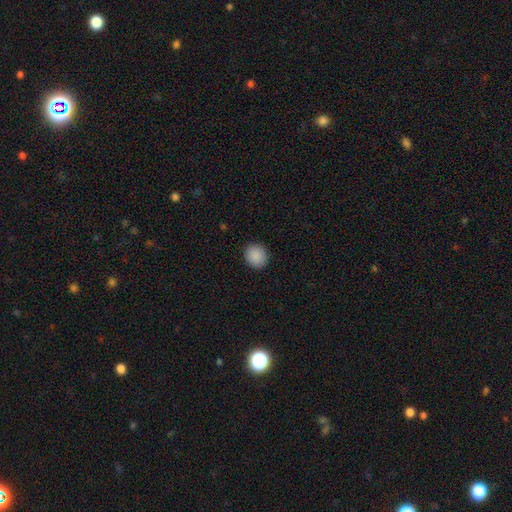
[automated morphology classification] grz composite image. It shows a smooth galaxy with no disk features (89%) that is round (82%). Merging: none (91%).